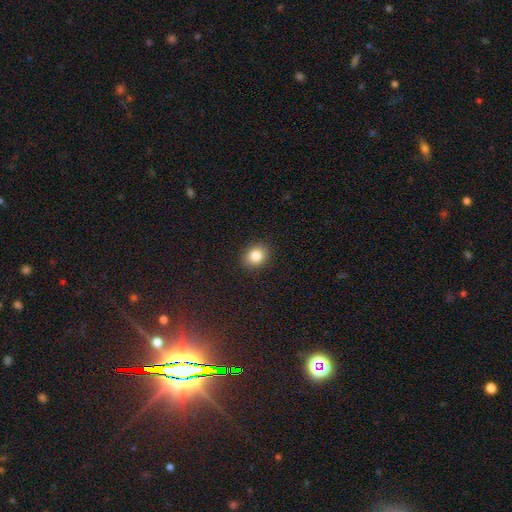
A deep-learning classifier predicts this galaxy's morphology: Smooth or featured?
  - smooth: 84% *
  - star or artifact: 10%
  - featured or disk: 6%
How rounded?
  - round: 58% *
  - in between: 41%
  - cigar-shaped: 1%
Merging?
  - none: 90% *
  - minor disturbance: 7%
  - major disturbance: 2%
  - merger: 1%